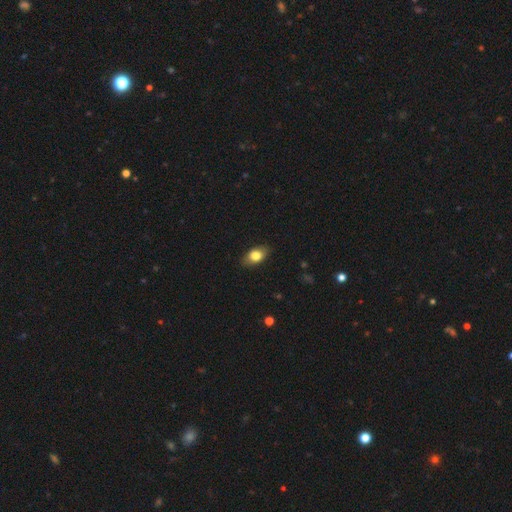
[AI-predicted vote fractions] A smooth galaxy with no disk features (79%) that is in between round and cigar-shaped (87%). Merging: none (85%).